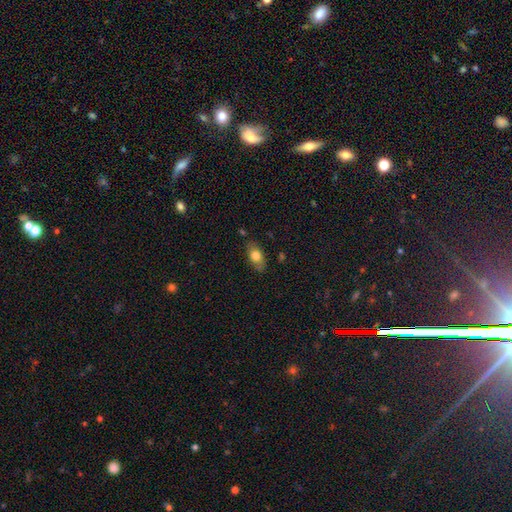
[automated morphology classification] This is likely a smooth galaxy (74%). How rounded: clearly in between (86%). Merging: likely none (78%).